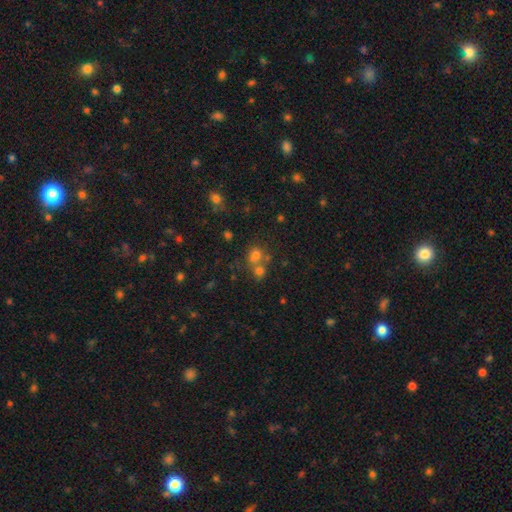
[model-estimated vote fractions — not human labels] Smooth or featured? Predicted: smooth (p=0.67). How rounded? Predicted: round (p=0.74). Merging? Predicted: merger (p=0.47).